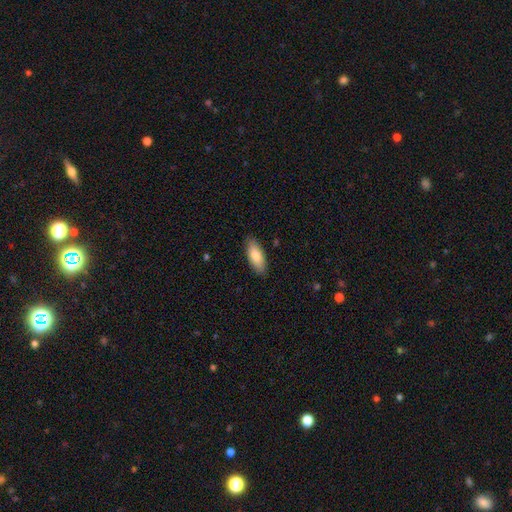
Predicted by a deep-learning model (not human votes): This appears to be a smooth galaxy with no disk features (83%) that is in between round and cigar-shaped (79%). Merging: none (87%).